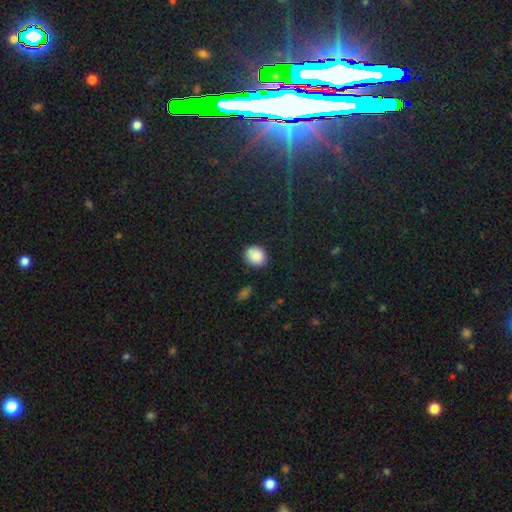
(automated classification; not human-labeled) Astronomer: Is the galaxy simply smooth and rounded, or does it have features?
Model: smooth — 88%.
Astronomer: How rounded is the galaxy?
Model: round — 71%.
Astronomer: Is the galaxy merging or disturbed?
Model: none — 88%.